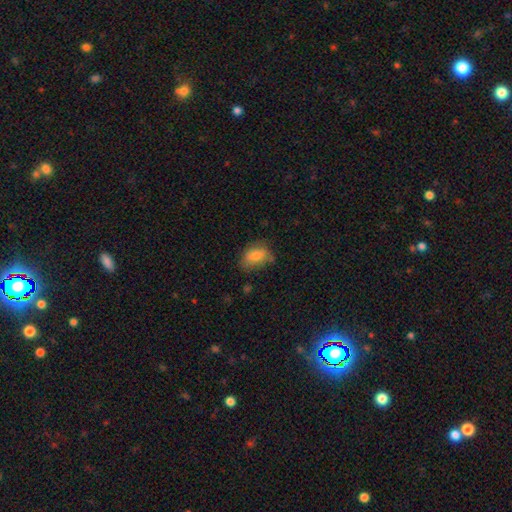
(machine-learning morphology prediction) Smooth or featured? Predicted: smooth (p=0.79). How rounded? Predicted: in between (p=0.82). Merging? Predicted: none (p=0.62).